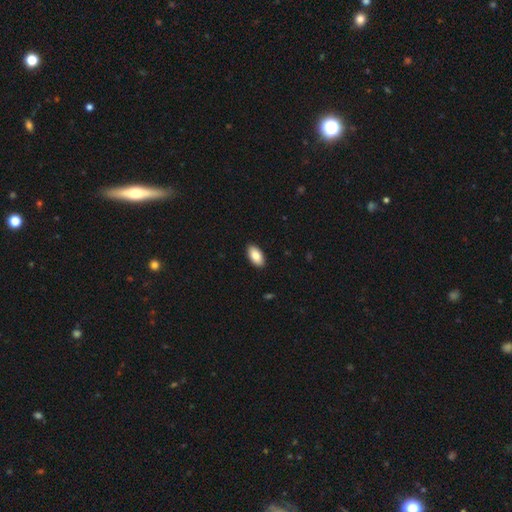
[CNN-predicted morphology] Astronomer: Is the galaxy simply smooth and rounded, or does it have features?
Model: smooth — 87%.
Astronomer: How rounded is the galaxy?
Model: in between — 95%.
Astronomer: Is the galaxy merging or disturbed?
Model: none — 91%.